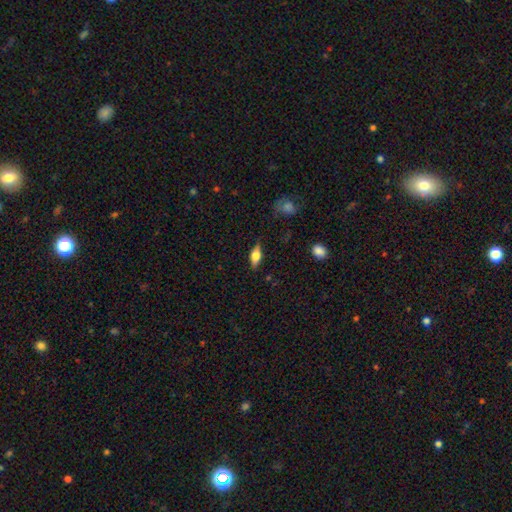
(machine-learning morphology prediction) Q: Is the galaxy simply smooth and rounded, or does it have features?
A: smooth — 53%.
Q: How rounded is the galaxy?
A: in between — 72%.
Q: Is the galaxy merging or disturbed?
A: none — 84%.